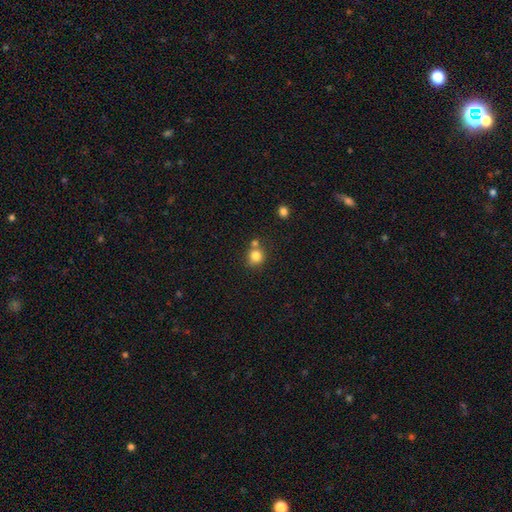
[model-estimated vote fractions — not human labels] Morphology: type=smooth (81%); roundness=round (86%); merging=none (62%).